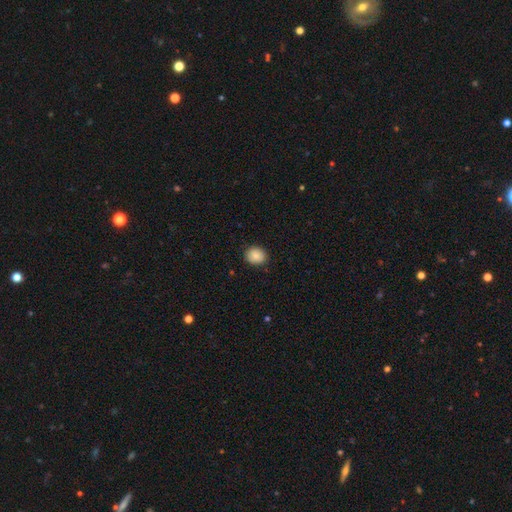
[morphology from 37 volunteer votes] smooth 84%, featured or disk 8%, star or artifact 8%. Down the decision tree: how rounded — round (61%); merging — none (82%).